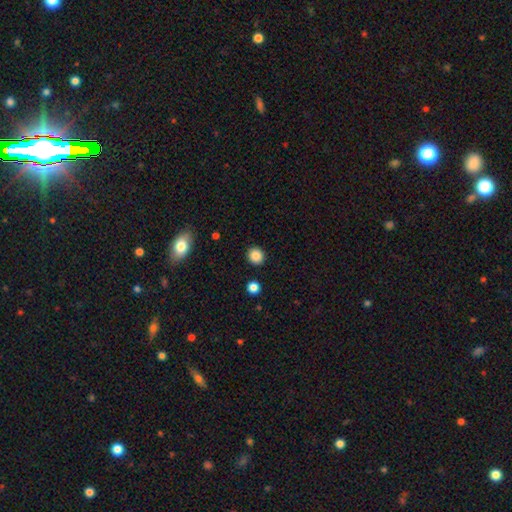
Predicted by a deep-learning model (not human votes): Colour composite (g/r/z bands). It shows a smooth galaxy with no disk features (86%) that is round (88%). Merging: none (91%).